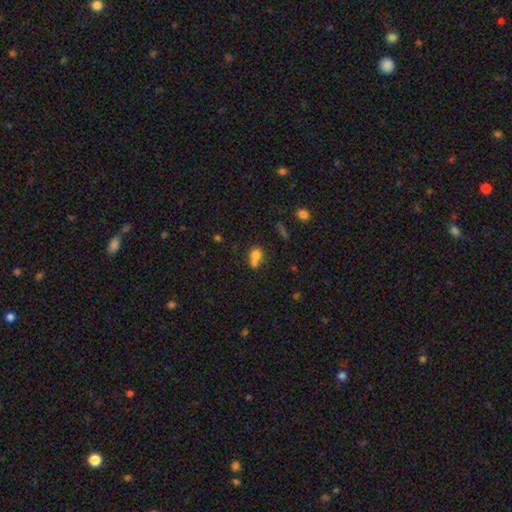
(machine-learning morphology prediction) Smooth or featured? smooth (73%)
How rounded? round (66%)
Merging? merger (55%)